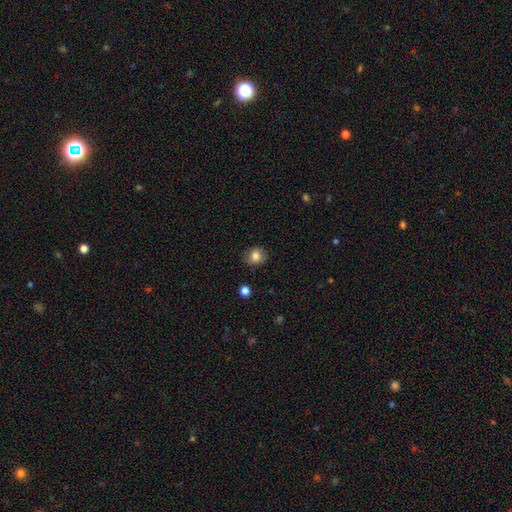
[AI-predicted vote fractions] This appears to be a smooth galaxy with no disk features (83%) that is round (70%). Merging: none (84%).